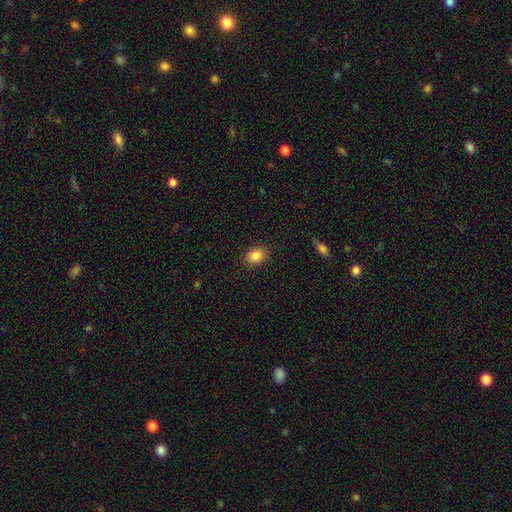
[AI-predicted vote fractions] The model was most divided on "how rounded": in between: 63%, round: 36%, cigar-shaped: 1%. More confident: merging — none (88%); smooth or featured — smooth (86%).